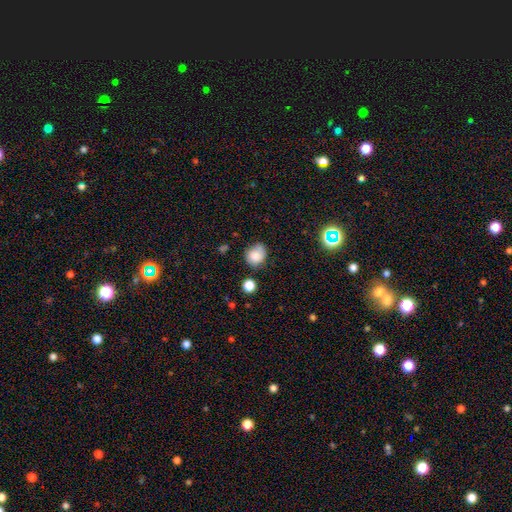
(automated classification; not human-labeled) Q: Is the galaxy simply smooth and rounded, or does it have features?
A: smooth — 78%.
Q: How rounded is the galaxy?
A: round — 74%.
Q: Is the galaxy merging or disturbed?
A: none — 59%.